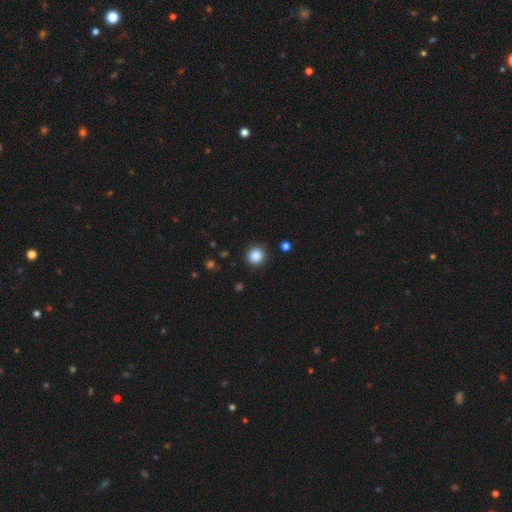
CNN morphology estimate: A smooth galaxy with no disk features (87%) that is round (93%). Merging: none (90%).